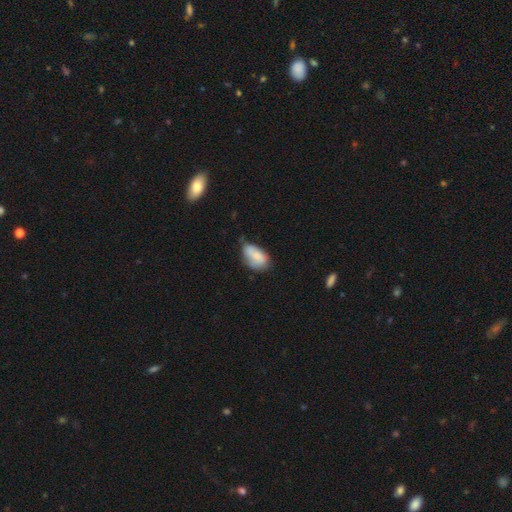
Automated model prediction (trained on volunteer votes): Smooth or featured?
  - smooth: 76% *
  - featured or disk: 17%
  - star or artifact: 7%
How rounded?
  - in between: 92% *
  - round: 6%
  - cigar-shaped: 2%
Merging?
  - none: 44% *
  - minor disturbance: 39%
  - major disturbance: 11%
  - merger: 6%